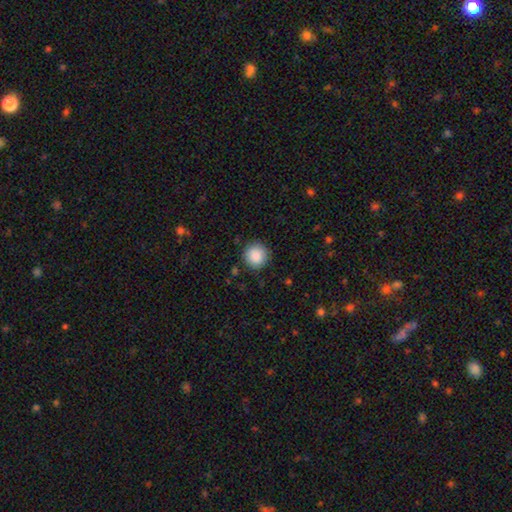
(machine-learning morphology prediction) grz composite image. It shows a smooth galaxy with no disk features (89%) that is round (94%). Merging: none (88%).